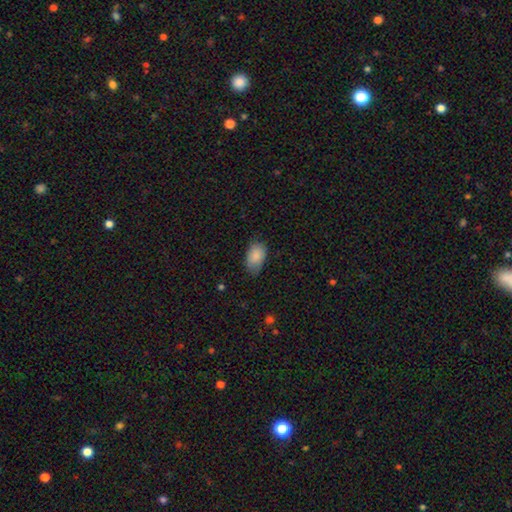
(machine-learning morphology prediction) Overall: smooth (86%). How rounded: in between (90%). Merging: none (65%; minor disturbance 29%).